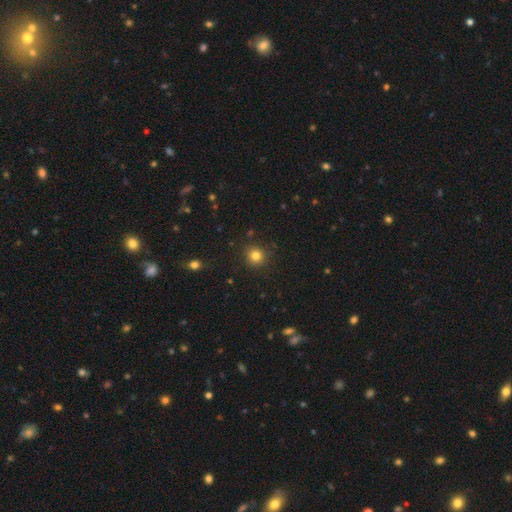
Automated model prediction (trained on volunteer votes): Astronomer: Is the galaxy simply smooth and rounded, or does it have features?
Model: smooth — 81%.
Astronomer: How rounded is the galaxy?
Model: round — 91%.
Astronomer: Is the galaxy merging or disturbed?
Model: none — 88%.